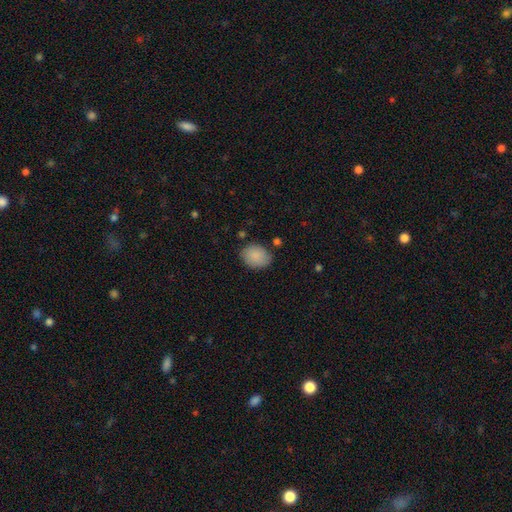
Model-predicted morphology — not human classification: type=smooth (88%); roundness=in between (52%); merging=none (78%).